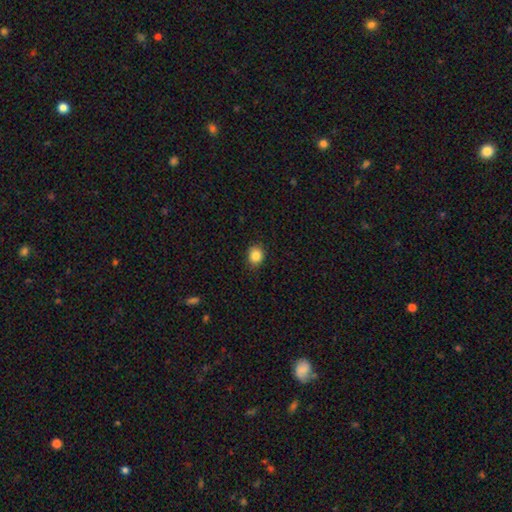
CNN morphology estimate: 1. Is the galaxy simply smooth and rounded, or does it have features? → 85% smooth, 10% star or artifact, 5% featured or disk.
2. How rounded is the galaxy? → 72% round, 27% in between, 1% cigar-shaped.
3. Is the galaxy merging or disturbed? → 87% none, 10% minor disturbance, 2% major disturbance, 1% merger.